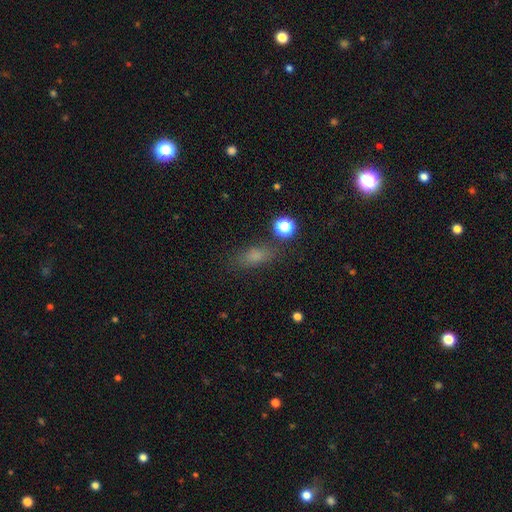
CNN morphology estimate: type=smooth (70%); roundness=in between (68%); merging=none (75%).